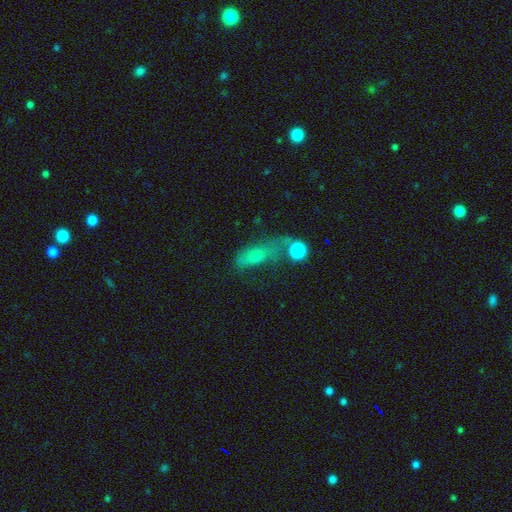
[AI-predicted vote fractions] The model was most divided on "merging": none: 33%, major disturbance: 25%, minor disturbance: 21%, merger: 20%. More confident: how rounded — in between (56%); smooth or featured — smooth (56%).